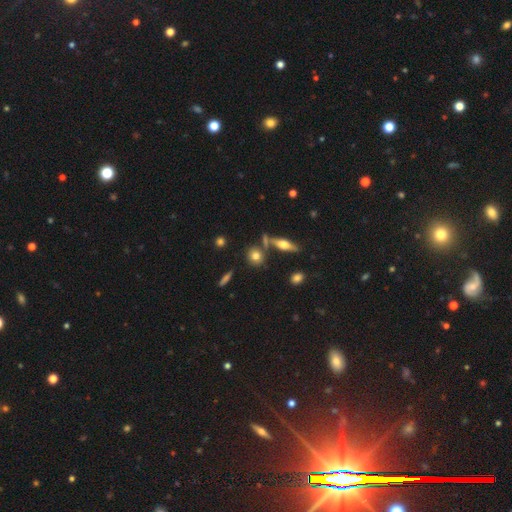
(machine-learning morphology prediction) Smooth or featured: smooth — 72% (featured or disk — 17%)
How rounded: round — 74% (in between — 20%)
Merging: none — 71% (merger — 15%)